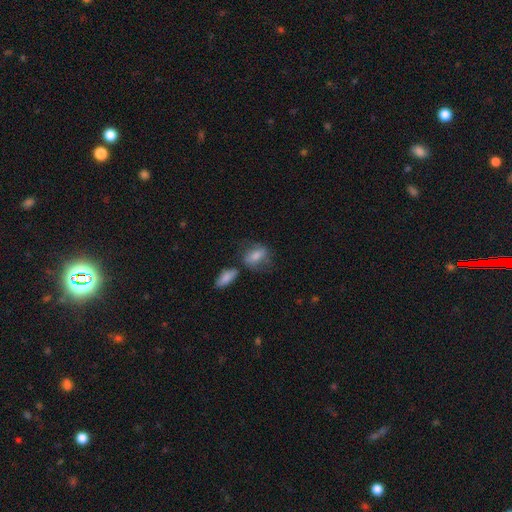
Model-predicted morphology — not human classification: A smooth galaxy with no disk features (62%) that is in between round and cigar-shaped (75%). Merging: none (50%).